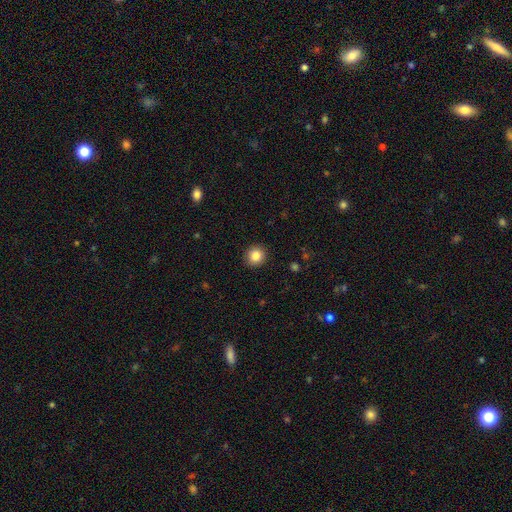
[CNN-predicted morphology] Smooth or featured? Predicted: smooth (p=0.85). How rounded? Predicted: round (p=0.92). Merging? Predicted: none (p=0.92).